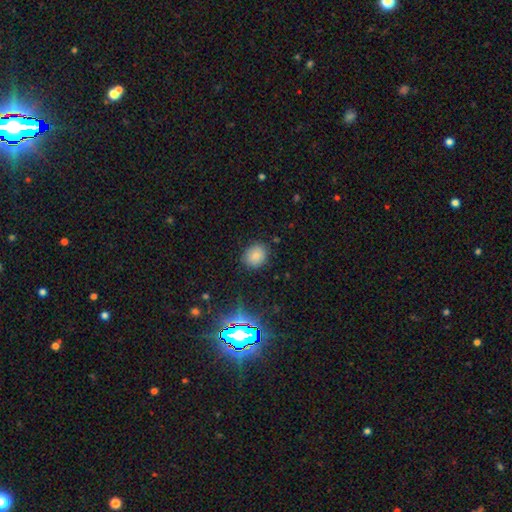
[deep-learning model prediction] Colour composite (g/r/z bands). It shows a smooth galaxy with no disk features (80%) that is round (67%). Merging: none (85%).